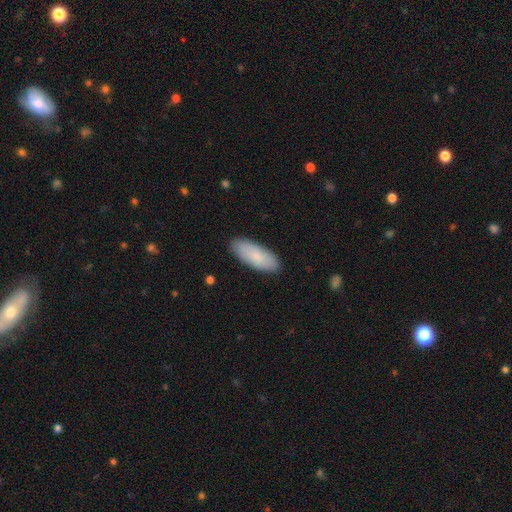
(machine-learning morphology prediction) smooth-or-featured: smooth: 83% | featured or disk: 12% | star or artifact: 6%
  how-rounded: in between: 76% | cigar-shaped: 22% | round: 2%
  merging: none: 89% | minor disturbance: 9% | major disturbance: 2% | merger: 1%